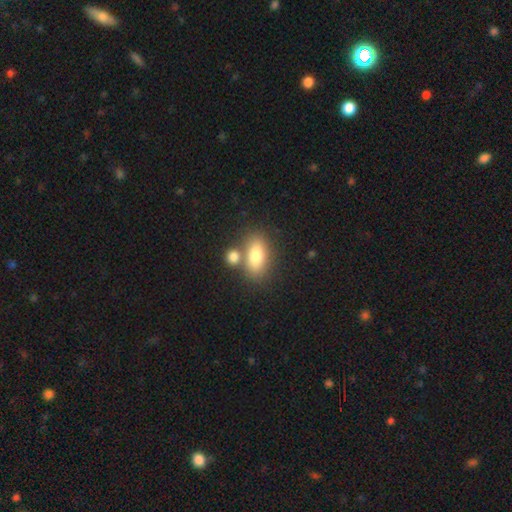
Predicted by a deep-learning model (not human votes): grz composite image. It shows a smooth galaxy with no disk features (78%) that is in between round and cigar-shaped (83%). Merging: none (56%).